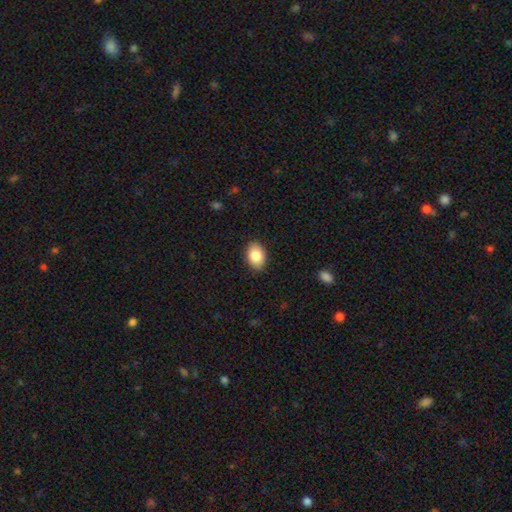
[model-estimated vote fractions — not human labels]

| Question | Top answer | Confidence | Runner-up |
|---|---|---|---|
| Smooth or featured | smooth | 86% | star or artifact (7%) |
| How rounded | in between | 82% | round (17%) |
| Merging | none | 89% | minor disturbance (8%) |